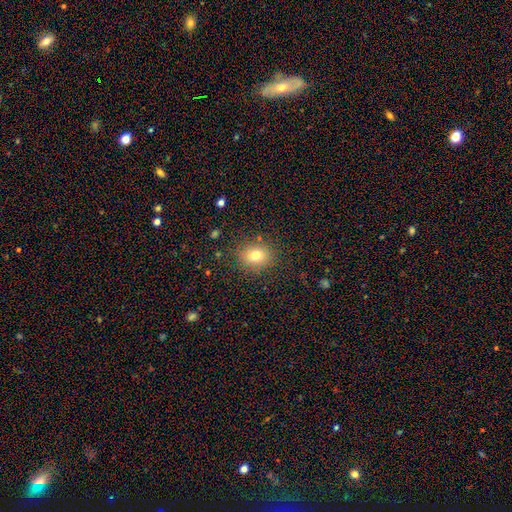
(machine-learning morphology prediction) Smooth or featured? smooth (76%)
How rounded? round (64%)
Merging? none (84%)